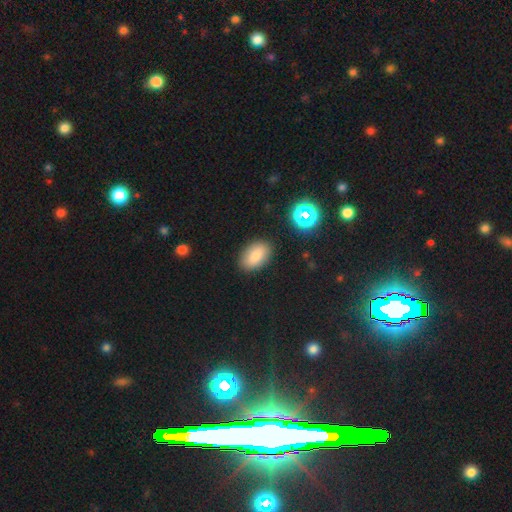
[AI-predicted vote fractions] Q: Smooth or featured?
A: smooth (82%); runner-up: star or artifact (10%)
Q: How rounded?
A: in between (92%); runner-up: round (7%)
Q: Merging?
A: none (86%); runner-up: minor disturbance (9%)